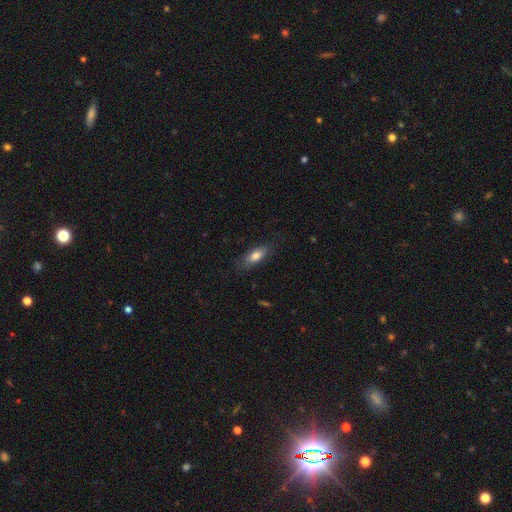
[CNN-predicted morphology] smooth 77%, featured or disk 16%, star or artifact 7%. Down the decision tree: how rounded — in between (72%); merging — none (78%).